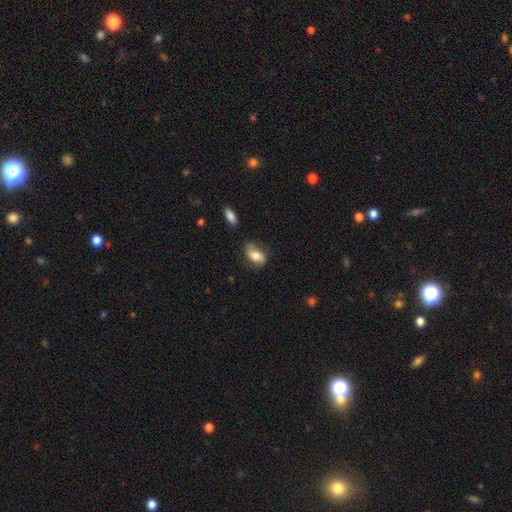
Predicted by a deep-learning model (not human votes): Q: Smooth or featured?
A: smooth (71%); runner-up: featured or disk (22%)
Q: How rounded?
A: in between (88%); runner-up: round (9%)
Q: Merging?
A: none (56%); runner-up: minor disturbance (30%)